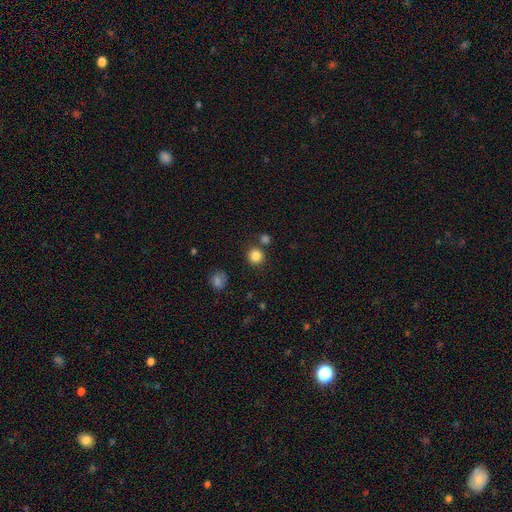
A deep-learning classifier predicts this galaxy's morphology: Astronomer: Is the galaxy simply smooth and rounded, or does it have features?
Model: smooth — 84%.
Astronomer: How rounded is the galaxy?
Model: round — 93%.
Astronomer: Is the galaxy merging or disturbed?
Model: none — 80%.